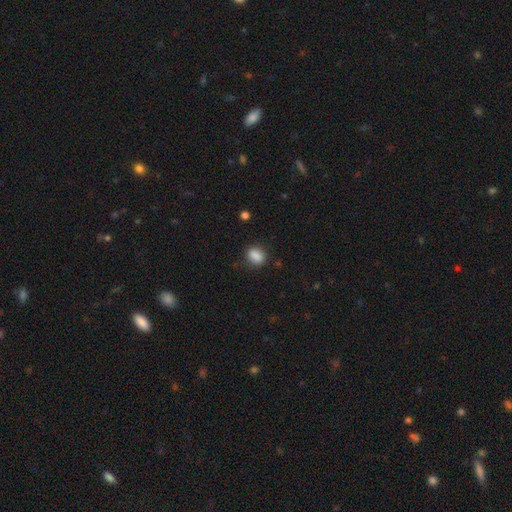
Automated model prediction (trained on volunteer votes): smooth_or_featured: smooth (p=0.87) [alt: star or artifact p=0.09]
how_rounded: in between (p=0.67) [alt: round p=0.31]
merging: none (p=0.79) [alt: minor disturbance p=0.15]